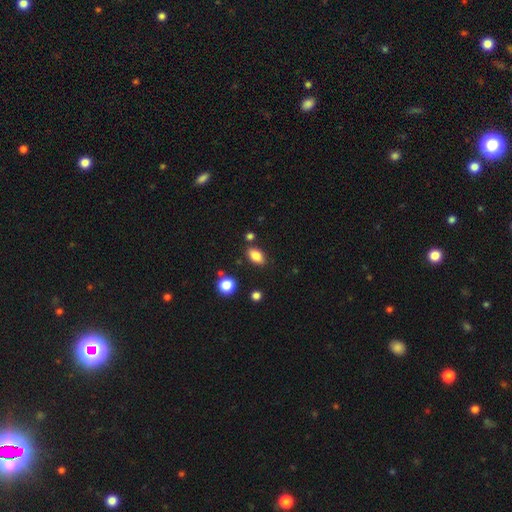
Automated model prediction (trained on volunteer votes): Morphology: type=smooth (84%); roundness=in between (88%); merging=none (81%).